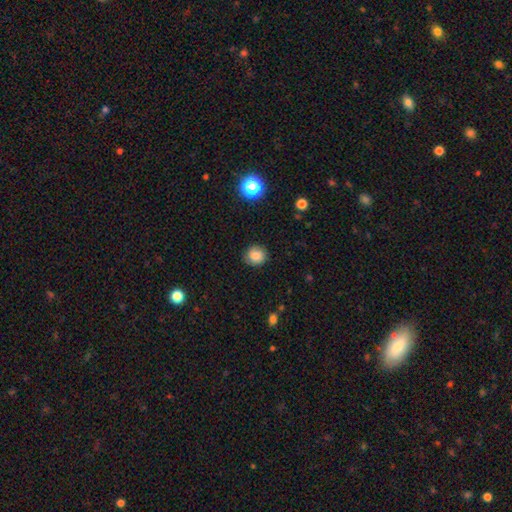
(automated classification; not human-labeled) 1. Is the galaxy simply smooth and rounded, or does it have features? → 81% smooth, 11% star or artifact, 8% featured or disk.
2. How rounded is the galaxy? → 83% round, 16% in between, 1% cigar-shaped.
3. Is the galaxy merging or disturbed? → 87% none, 9% minor disturbance, 2% major disturbance, 1% merger.